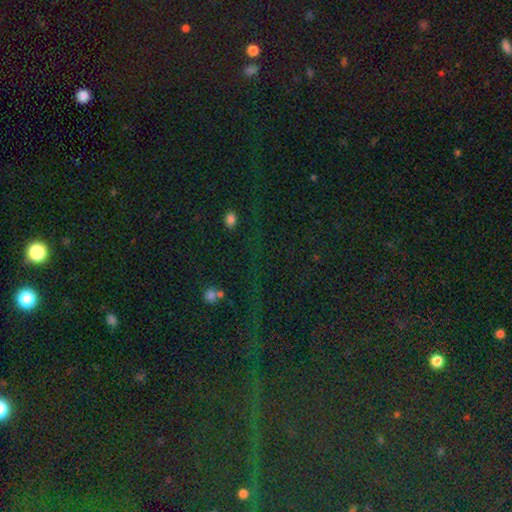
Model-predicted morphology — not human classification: Smooth or featured: star or artifact — 81% (smooth — 11%)